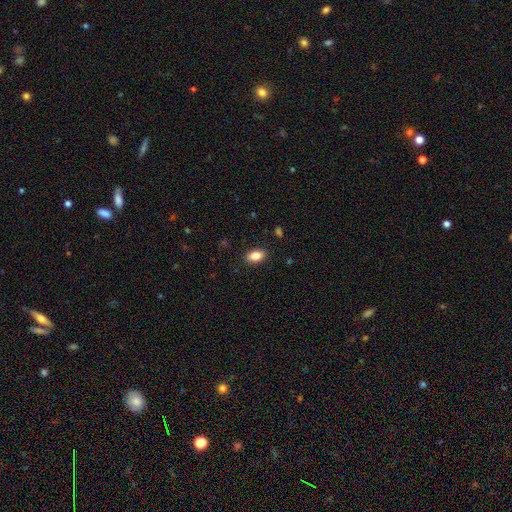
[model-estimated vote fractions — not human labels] Smooth or featured? smooth (83%)
How rounded? in between (89%)
Merging? none (88%)